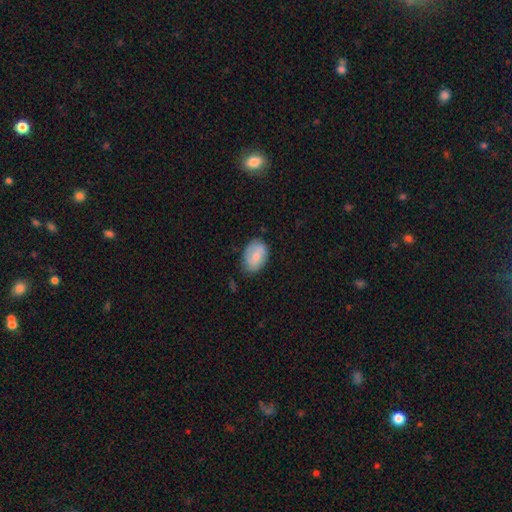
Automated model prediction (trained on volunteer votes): Smooth or featured? smooth (71%)
How rounded? in between (84%)
Merging? none (73%)